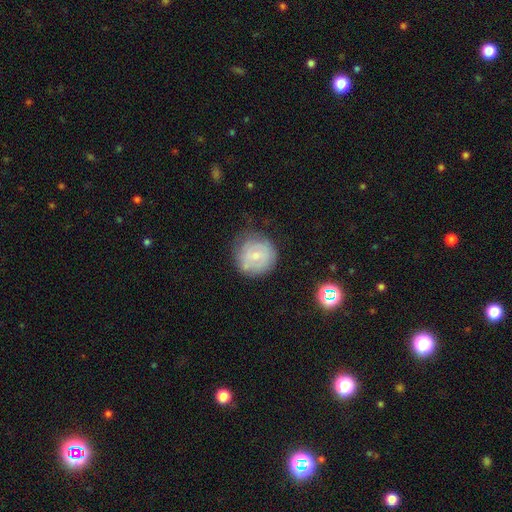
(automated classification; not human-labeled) A smooth galaxy with no disk features (57%) that is round (90%).

Vote fractions:
- Smooth or featured? smooth: 57% / featured or disk: 34% / star or artifact: 9%
- How rounded? round: 90% / in between: 9% / cigar-shaped: 1%
- Merging? none: 62% / minor disturbance: 24% / major disturbance: 9% / merger: 4%